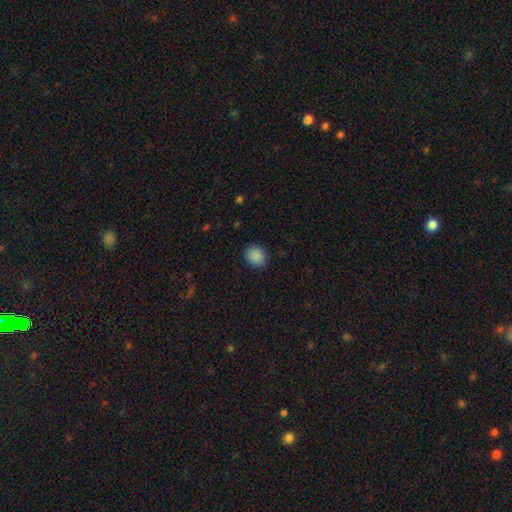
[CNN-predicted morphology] Q: Smooth or featured?
A: smooth (89%); runner-up: star or artifact (9%)
Q: How rounded?
A: round (73%); runner-up: in between (27%)
Q: Merging?
A: none (89%); runner-up: minor disturbance (8%)